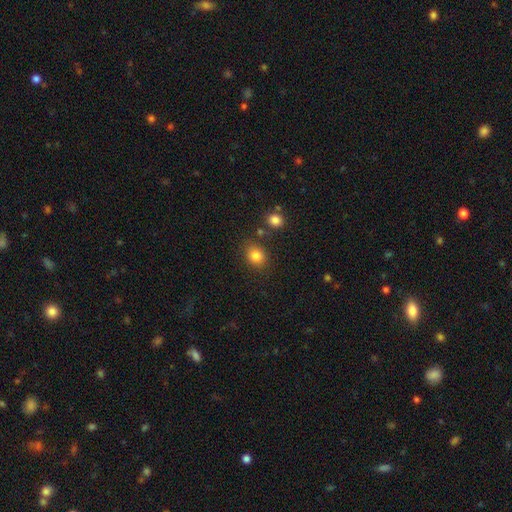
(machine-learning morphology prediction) Smooth or featured? Predicted: smooth (p=0.83). How rounded? Predicted: round (p=0.61). Merging? Predicted: none (p=0.78).